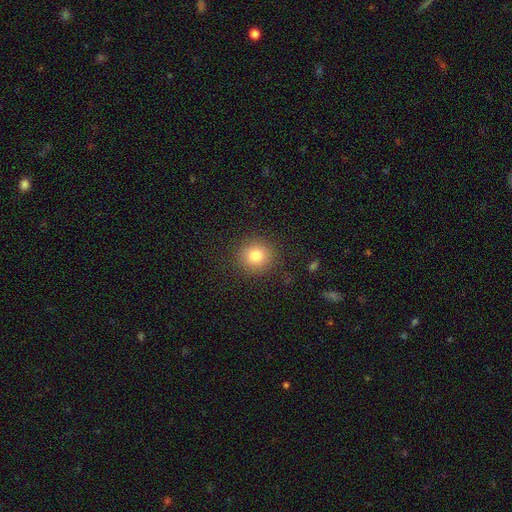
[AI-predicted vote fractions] A smooth galaxy with no disk features (81%) that is round (92%).

Vote fractions:
- Smooth or featured? smooth: 81% / star or artifact: 11% / featured or disk: 8%
- How rounded? round: 92% / in between: 7% / cigar-shaped: 1%
- Merging? none: 88% / minor disturbance: 8% / major disturbance: 3% / merger: 1%